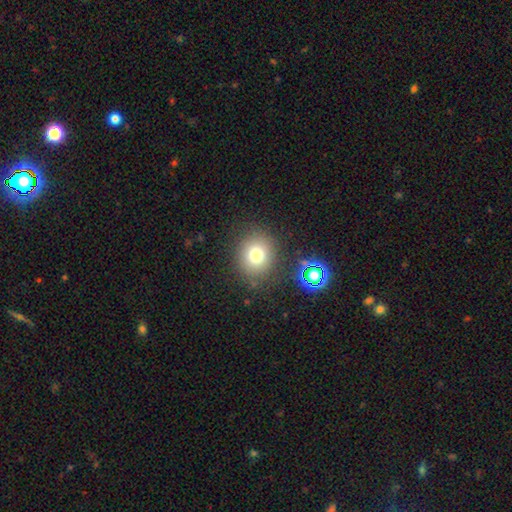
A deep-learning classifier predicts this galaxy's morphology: Smooth or featured: smooth — 70% (star or artifact — 22%)
How rounded: round — 79% (in between — 20%)
Merging: none — 85% (minor disturbance — 8%)